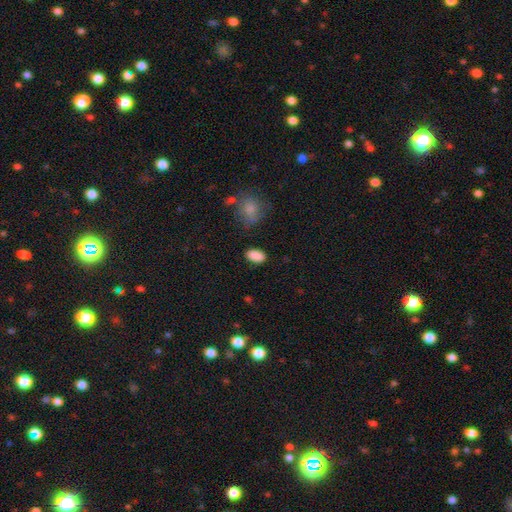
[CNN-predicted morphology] A smooth galaxy with no disk features (88%) that is in between round and cigar-shaped (90%).

Vote fractions:
- Smooth or featured? smooth: 88% / star or artifact: 8% / featured or disk: 4%
- How rounded? in between: 90% / round: 8% / cigar-shaped: 2%
- Merging? none: 82% / minor disturbance: 13% / major disturbance: 3% / merger: 2%